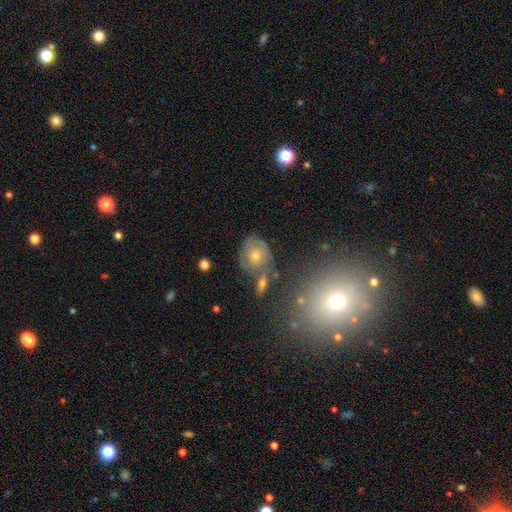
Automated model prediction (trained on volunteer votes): Overall: featured or disk (58%; smooth 33%). Edge-on disk: no (96%). Bar: no (82%). Spiral arms: yes (72%). Bulge size: small (50%; moderate 44%). Merging: none (50%; minor disturbance 21%).